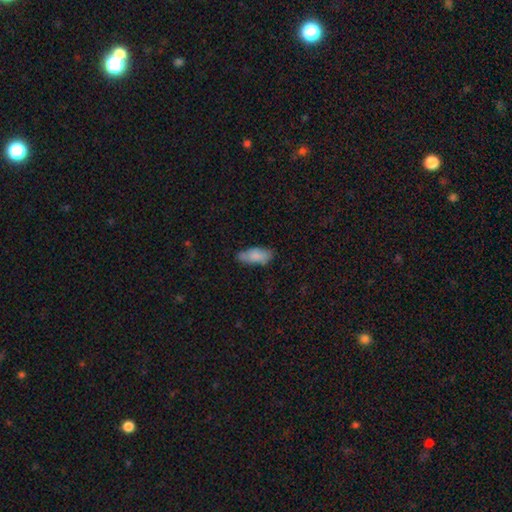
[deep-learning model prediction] This is clearly a smooth galaxy (81%). How rounded: clearly in between (84%). Merging: likely none (66%).